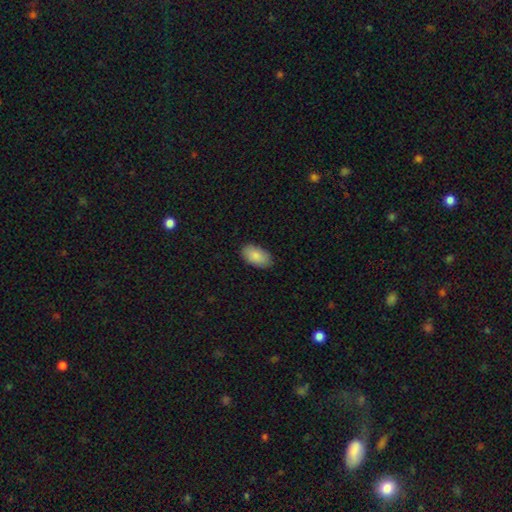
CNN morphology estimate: Smooth or featured? smooth (87%)
How rounded? in between (95%)
Merging? none (84%)